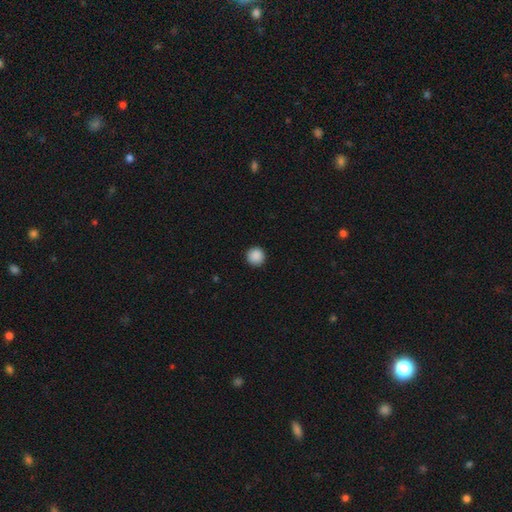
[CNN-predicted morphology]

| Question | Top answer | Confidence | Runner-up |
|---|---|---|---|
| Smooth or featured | smooth | 89% | star or artifact (9%) |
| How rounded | round | 95% | in between (4%) |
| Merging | none | 92% | minor disturbance (6%) |